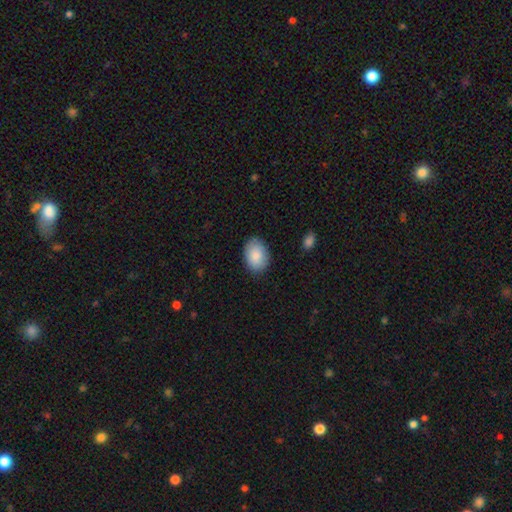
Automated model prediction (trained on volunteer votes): This is clearly a smooth galaxy (87%). How rounded: clearly in between (84%). Merging: clearly none (85%).